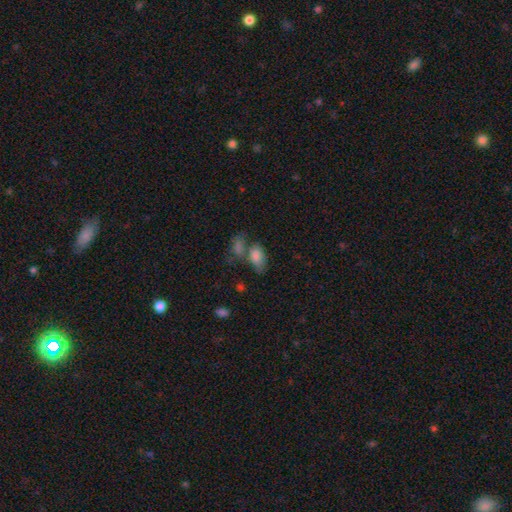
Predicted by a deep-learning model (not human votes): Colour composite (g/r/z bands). It shows a smooth galaxy with no disk features (79%) that is in between round and cigar-shaped (89%). Merging: merger (42%).